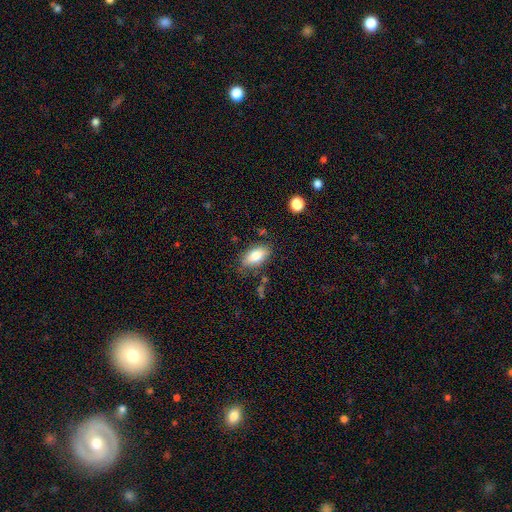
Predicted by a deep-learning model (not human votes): Smooth or featured: smooth — 80% (featured or disk — 12%)
How rounded: in between — 88% (cigar-shaped — 8%)
Merging: none — 77% (minor disturbance — 16%)